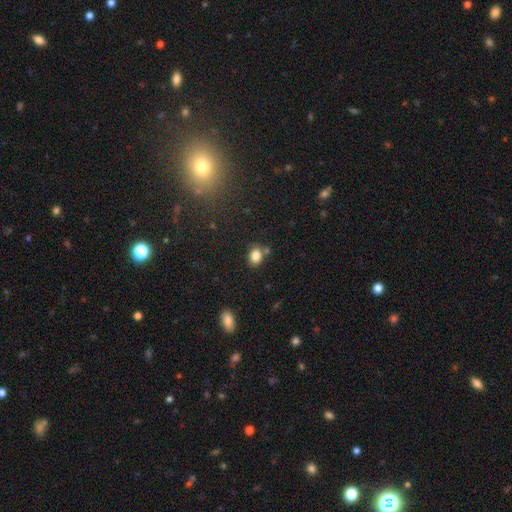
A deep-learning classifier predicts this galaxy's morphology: Smooth or featured: smooth — 83% (star or artifact — 10%)
How rounded: in between — 62% (round — 37%)
Merging: none — 70% (minor disturbance — 14%)